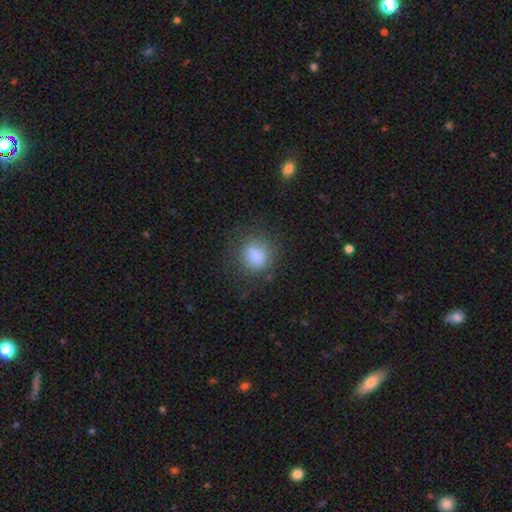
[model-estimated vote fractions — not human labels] Smooth or featured? Predicted: smooth (p=0.83). How rounded? Predicted: round (p=0.73). Merging? Predicted: none (p=0.75).